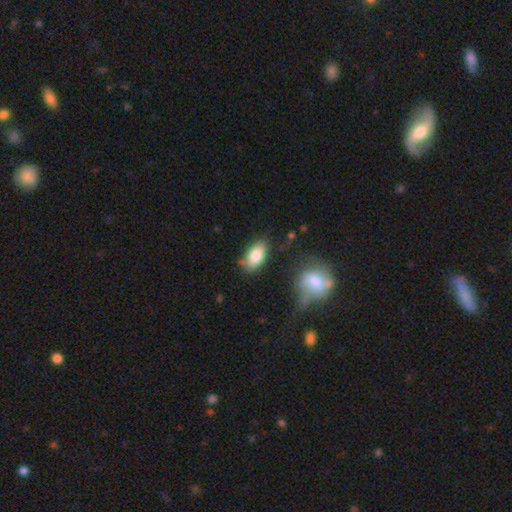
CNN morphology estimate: Q: Smooth or featured?
A: smooth (84%); runner-up: featured or disk (10%)
Q: How rounded?
A: in between (93%); runner-up: round (4%)
Q: Merging?
A: none (69%); runner-up: minor disturbance (21%)